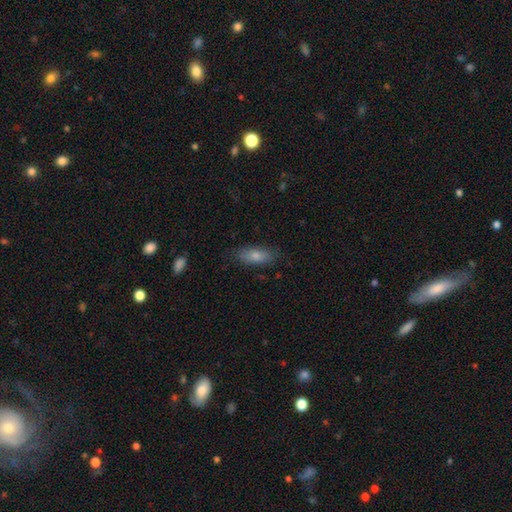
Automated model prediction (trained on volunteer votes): A smooth galaxy with no disk features (79%) that is in between round and cigar-shaped (76%). Merging: none (81%).